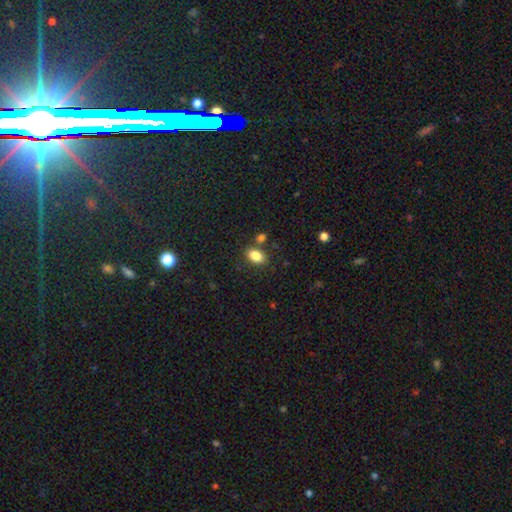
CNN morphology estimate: A smooth galaxy with no disk features (85%) that is in between round and cigar-shaped (86%). Merging: none (76%).